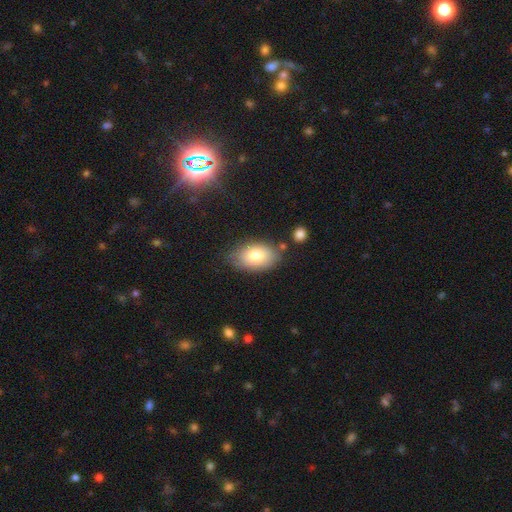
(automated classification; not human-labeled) smooth_or_featured: smooth (p=0.81) [alt: featured or disk p=0.12]
how_rounded: in between (p=0.92) [alt: round p=0.07]
merging: none (p=0.73) [alt: minor disturbance p=0.17]